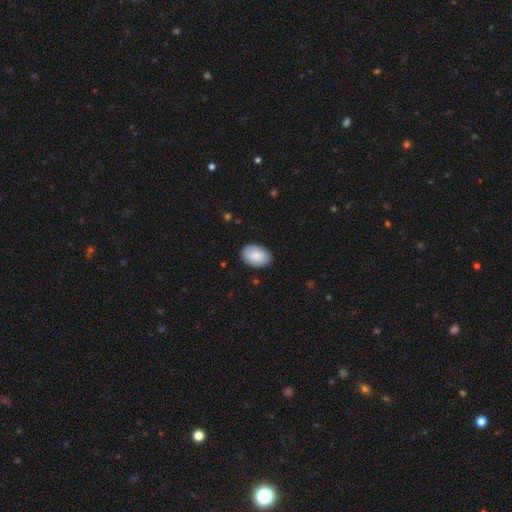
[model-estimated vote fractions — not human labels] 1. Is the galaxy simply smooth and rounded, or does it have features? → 87% smooth, 7% featured or disk, 6% star or artifact.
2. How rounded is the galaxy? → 88% in between, 11% round, 1% cigar-shaped.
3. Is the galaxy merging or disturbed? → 86% none, 11% minor disturbance, 2% major disturbance, 1% merger.